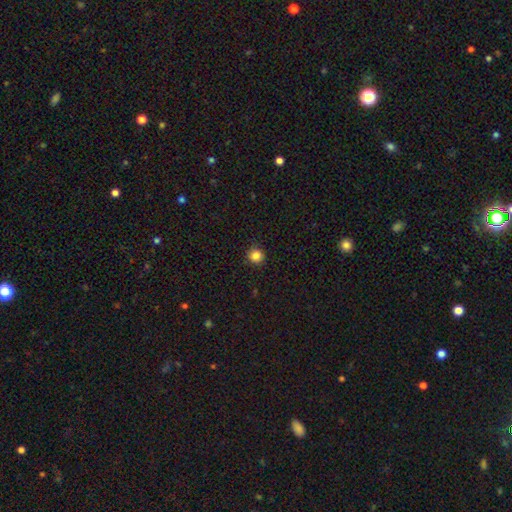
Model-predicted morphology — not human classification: Smooth or featured?
  - smooth: 85% *
  - star or artifact: 11%
  - featured or disk: 4%
How rounded?
  - round: 94% *
  - in between: 5%
  - cigar-shaped: 1%
Merging?
  - none: 91% *
  - minor disturbance: 6%
  - major disturbance: 2%
  - merger: 1%